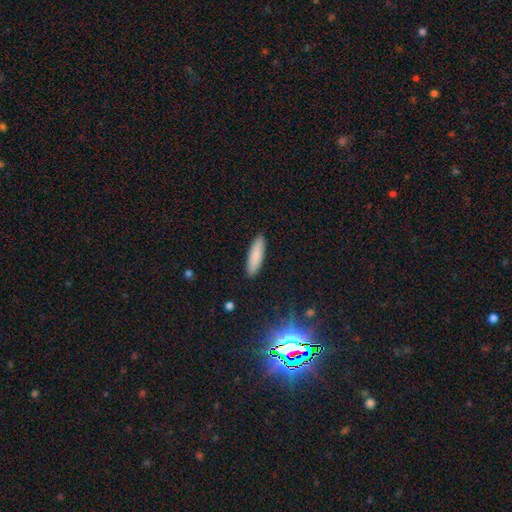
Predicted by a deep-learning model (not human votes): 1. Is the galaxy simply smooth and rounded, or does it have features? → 85% smooth, 9% featured or disk, 6% star or artifact.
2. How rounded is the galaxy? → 67% cigar-shaped, 31% in between, 1% round.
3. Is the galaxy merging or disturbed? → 91% none, 7% minor disturbance, 2% major disturbance, 1% merger.